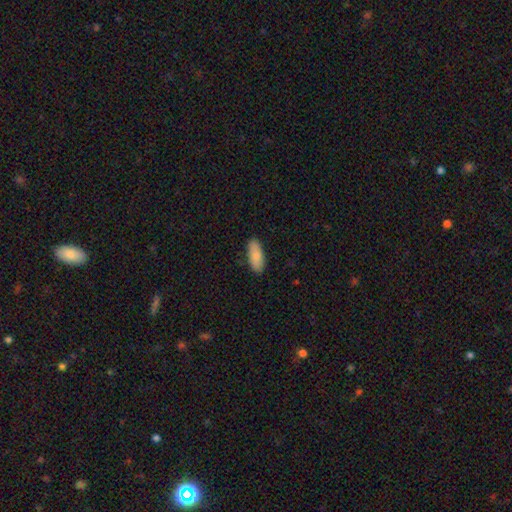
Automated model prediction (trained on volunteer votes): Q: Smooth or featured?
A: smooth (87%); runner-up: featured or disk (8%)
Q: How rounded?
A: in between (81%); runner-up: cigar-shaped (17%)
Q: Merging?
A: none (87%); runner-up: minor disturbance (10%)